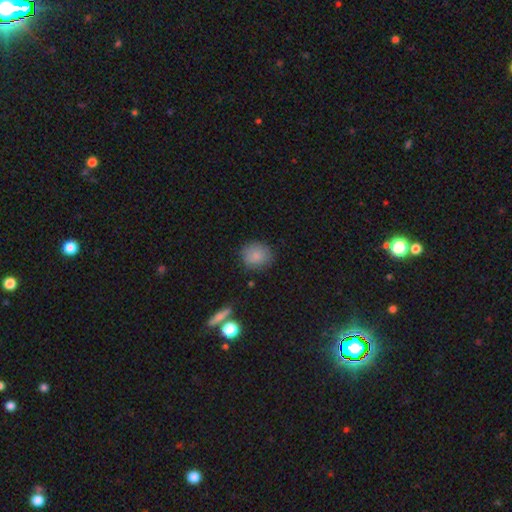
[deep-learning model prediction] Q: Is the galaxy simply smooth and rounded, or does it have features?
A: smooth — 84%.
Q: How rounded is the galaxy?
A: round — 82%.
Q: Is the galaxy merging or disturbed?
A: none — 80%.